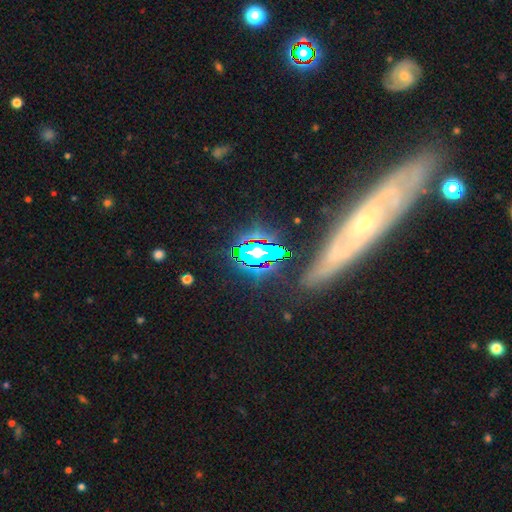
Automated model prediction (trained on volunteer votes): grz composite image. It shows a featured or disk galaxy (51%). Merging: none (81%).